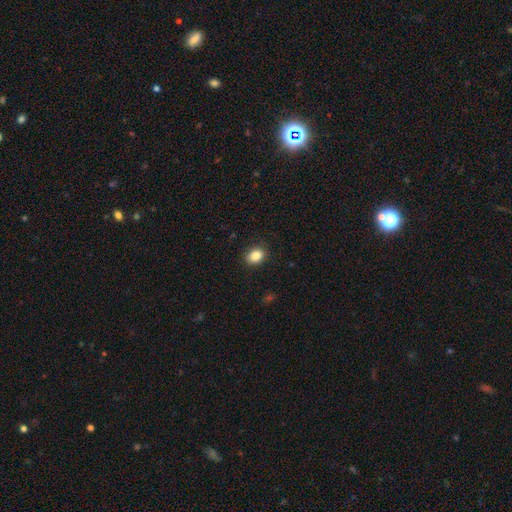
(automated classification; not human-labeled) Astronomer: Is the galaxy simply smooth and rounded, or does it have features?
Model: smooth — 87%.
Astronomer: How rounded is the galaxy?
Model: in between — 68%.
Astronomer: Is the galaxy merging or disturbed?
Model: none — 87%.